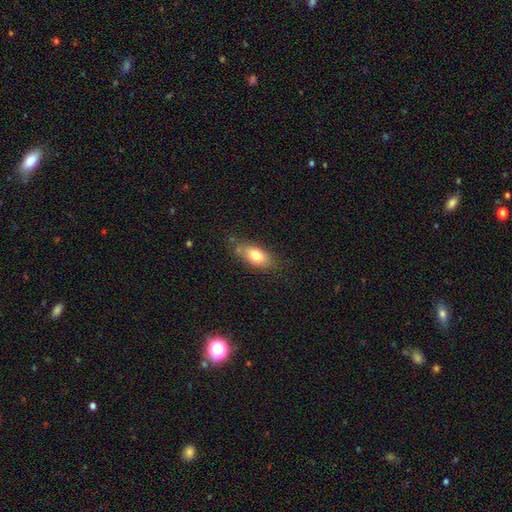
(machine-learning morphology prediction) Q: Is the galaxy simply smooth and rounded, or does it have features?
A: smooth — 75%.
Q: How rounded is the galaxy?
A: in between — 84%.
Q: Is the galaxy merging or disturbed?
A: none — 71%.